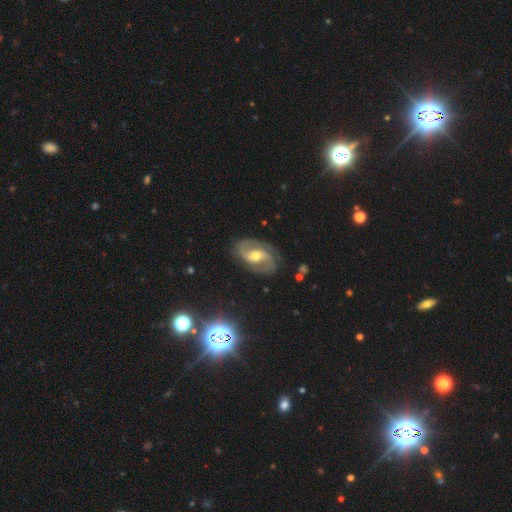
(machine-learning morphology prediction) type=featured or disk (87%); edge-on=no (97%); bar=weak (44%); spiral arms=yes (96%); winding=medium (53%); arm count=2 (90%); bulge=moderate (68%); merging=none (80%).